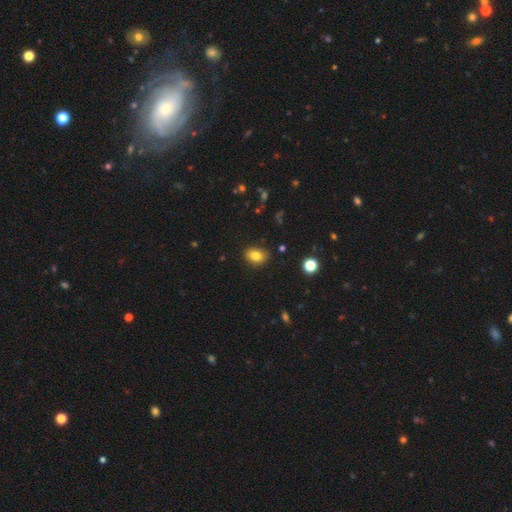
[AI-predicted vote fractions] This appears to be a smooth galaxy with no disk features (82%) that is in between round and cigar-shaped (74%). Merging: none (83%).